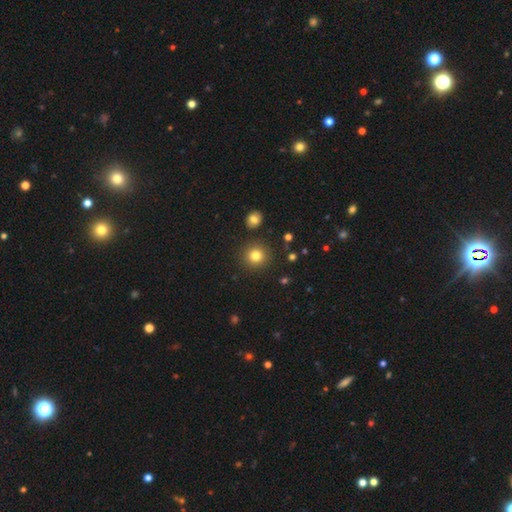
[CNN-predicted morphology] Smooth or featured?
  - smooth: 81% *
  - star or artifact: 12%
  - featured or disk: 6%
How rounded?
  - round: 93% *
  - in between: 6%
  - cigar-shaped: 1%
Merging?
  - none: 90% *
  - minor disturbance: 6%
  - merger: 2%
  - major disturbance: 2%